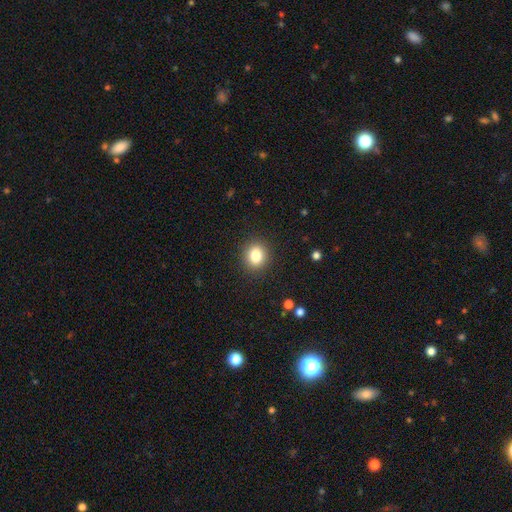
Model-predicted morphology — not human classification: A smooth galaxy with no disk features (83%) that is round (76%). Merging: none (90%).